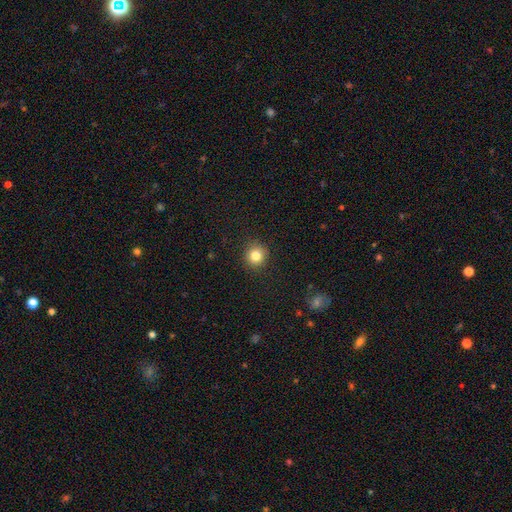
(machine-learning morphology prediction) The model was most divided on "smooth or featured": smooth: 83%, star or artifact: 11%, featured or disk: 6%. More confident: how rounded — round (91%); merging — none (90%).